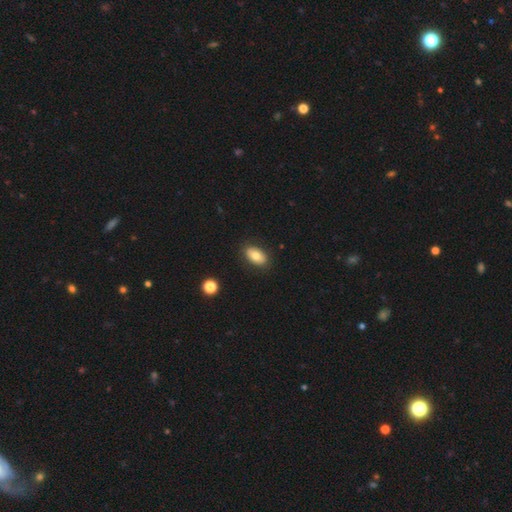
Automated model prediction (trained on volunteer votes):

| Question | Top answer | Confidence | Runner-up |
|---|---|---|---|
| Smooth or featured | smooth | 76% | featured or disk (16%) |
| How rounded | in between | 92% | round (7%) |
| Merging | none | 86% | minor disturbance (10%) |